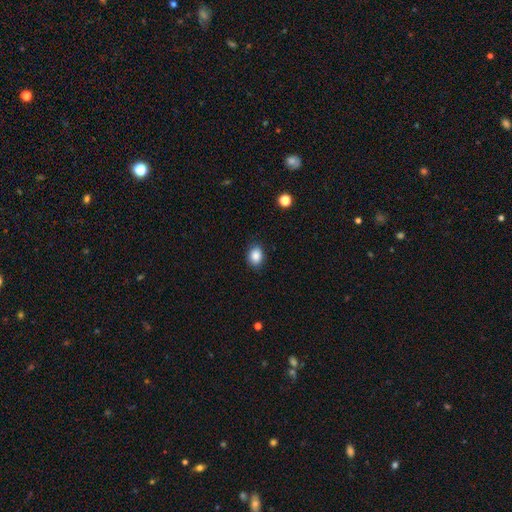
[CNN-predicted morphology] This appears to be a smooth galaxy with no disk features (87%) that is in between round and cigar-shaped (59%). Merging: none (86%).